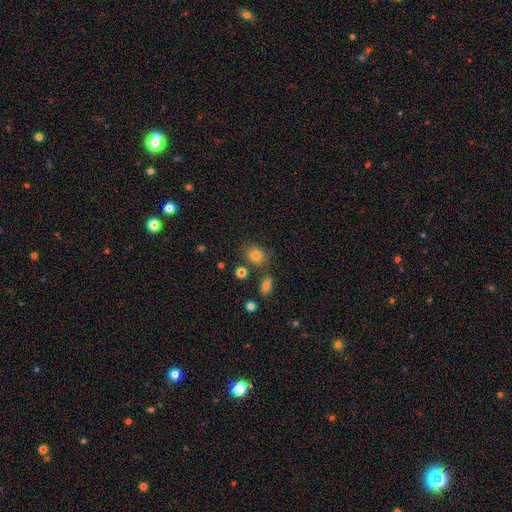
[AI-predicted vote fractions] smooth_or_featured: smooth (p=0.81) [alt: star or artifact p=0.12]
how_rounded: in between (p=0.50) [alt: round p=0.48]
merging: none (p=0.69) [alt: minor disturbance p=0.17]